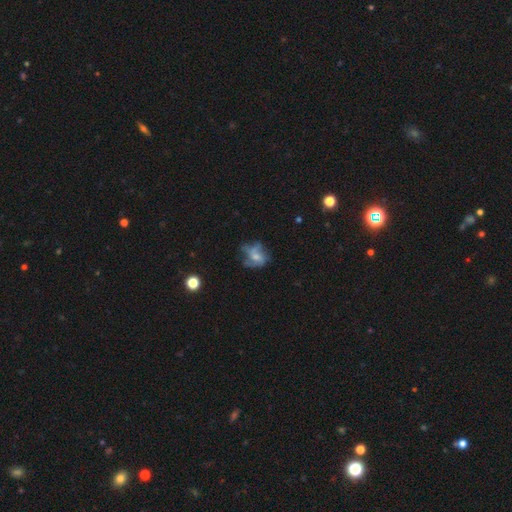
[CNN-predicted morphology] The model was most divided on "spiral arms" (2-way tie): no: 50%, yes: 50%. Remaining: edge-on disk — no (97%); bar — no (69%); smooth or featured — featured or disk (52%); merging — none (40%); bulge size — small (37%).